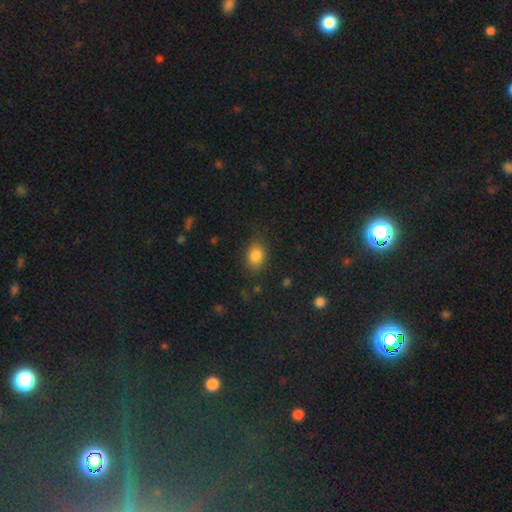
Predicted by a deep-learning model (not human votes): Smooth or featured? Predicted: smooth (p=0.84). How rounded? Predicted: in between (p=0.68). Merging? Predicted: none (p=0.80).